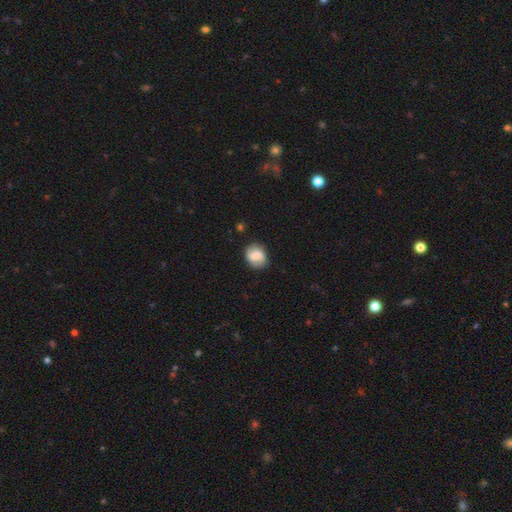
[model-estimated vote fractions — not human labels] smooth_or_featured: smooth (p=0.51) [alt: featured or disk p=0.41]
how_rounded: round (p=0.60) [alt: in between p=0.39]
merging: none (p=0.80) [alt: minor disturbance p=0.15]